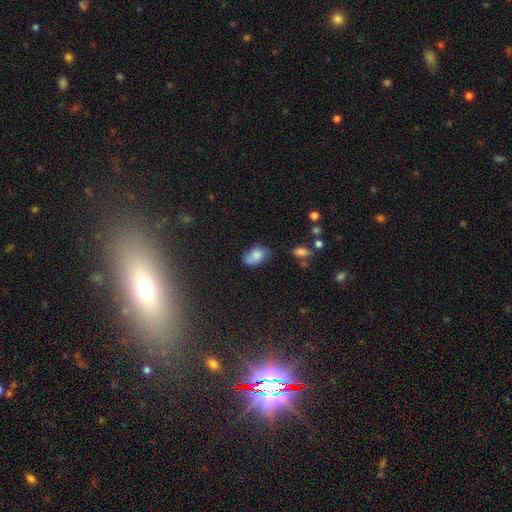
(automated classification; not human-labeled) Smooth or featured?
  - smooth: 80% *
  - featured or disk: 11%
  - star or artifact: 9%
How rounded?
  - in between: 90% *
  - round: 8%
  - cigar-shaped: 2%
Merging?
  - none: 53% *
  - minor disturbance: 34%
  - major disturbance: 8%
  - merger: 5%